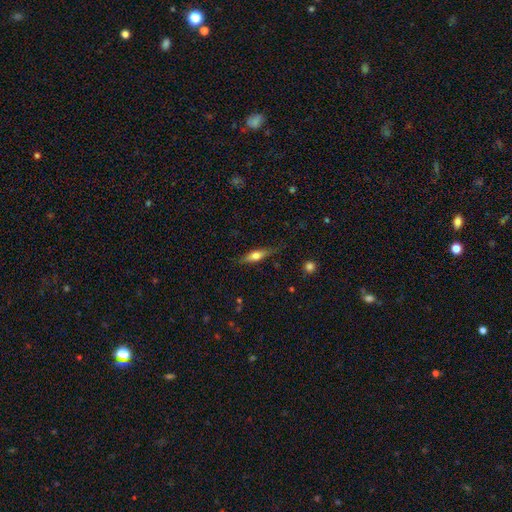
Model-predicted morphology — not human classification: type=smooth (55%); roundness=cigar-shaped (56%); merging=none (76%).